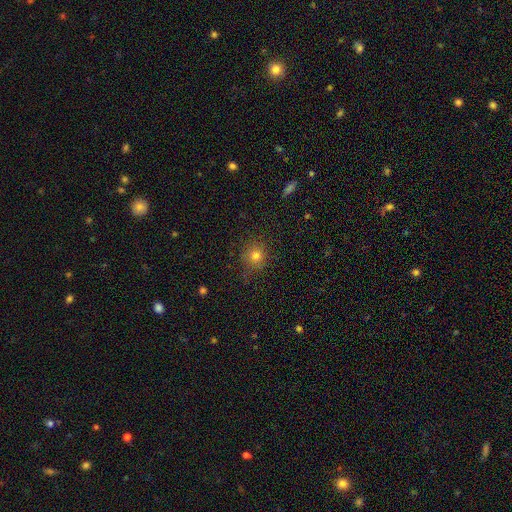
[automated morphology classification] Smooth or featured? Predicted: smooth (p=0.77). How rounded? Predicted: round (p=0.90). Merging? Predicted: none (p=0.85).